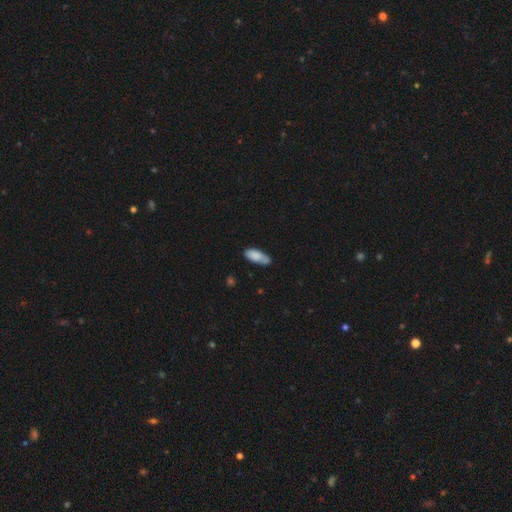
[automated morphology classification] Smooth or featured? smooth (81%)
How rounded? in between (82%)
Merging? none (56%)